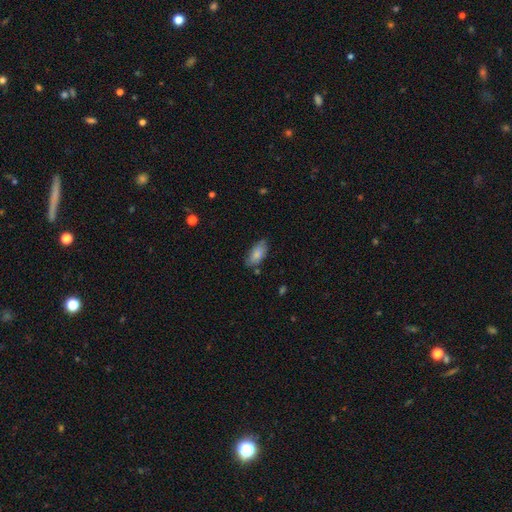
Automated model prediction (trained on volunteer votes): Smooth or featured?
  - smooth: 73% *
  - featured or disk: 18%
  - star or artifact: 9%
How rounded?
  - in between: 91% *
  - cigar-shaped: 6%
  - round: 3%
Merging?
  - none: 72% *
  - minor disturbance: 21%
  - major disturbance: 5%
  - merger: 3%